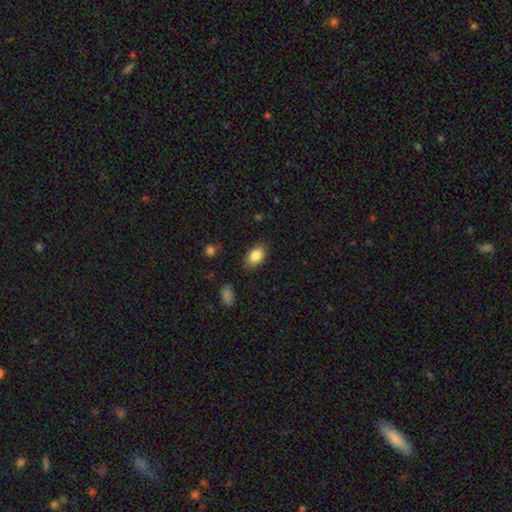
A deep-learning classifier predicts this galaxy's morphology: Smooth or featured? smooth (86%)
How rounded? in between (87%)
Merging? none (83%)